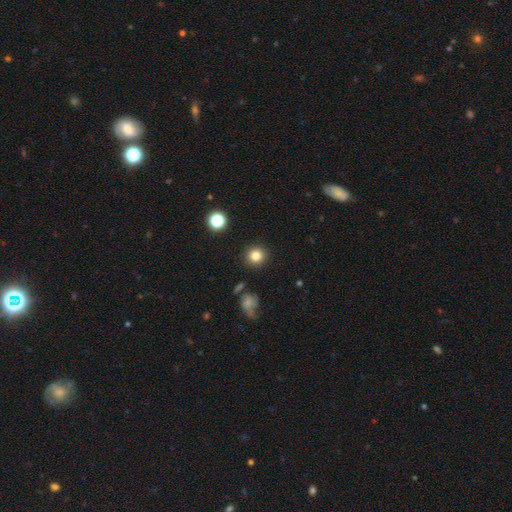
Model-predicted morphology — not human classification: Smooth or featured? Predicted: smooth (p=0.82). How rounded? Predicted: round (p=0.92). Merging? Predicted: none (p=0.90).